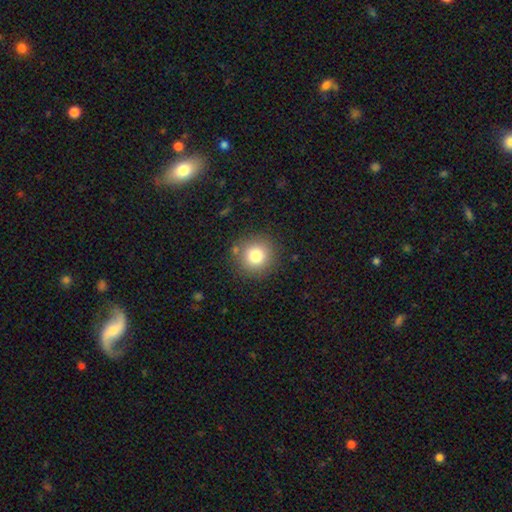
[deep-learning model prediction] Smooth or featured? Predicted: smooth (p=0.79). How rounded? Predicted: round (p=0.93). Merging? Predicted: none (p=0.86).